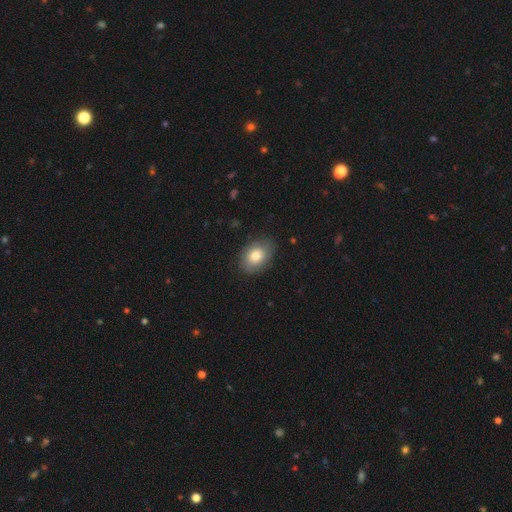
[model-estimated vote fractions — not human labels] This appears to be a smooth galaxy with no disk features (78%) that is in between round and cigar-shaped (76%). Merging: none (82%).